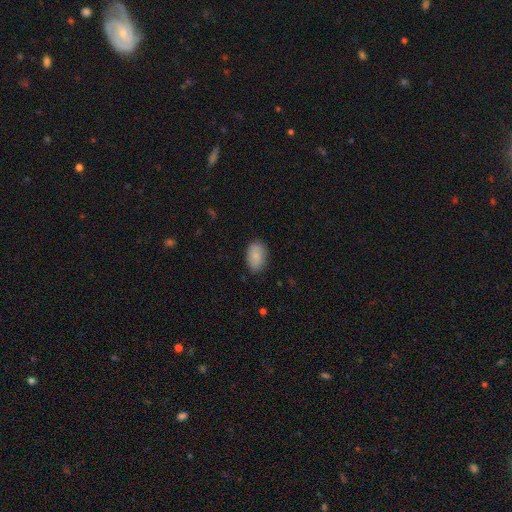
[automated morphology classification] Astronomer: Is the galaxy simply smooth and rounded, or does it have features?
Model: smooth — 84%.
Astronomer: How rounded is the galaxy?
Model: in between — 90%.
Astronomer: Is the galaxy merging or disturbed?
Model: none — 83%.